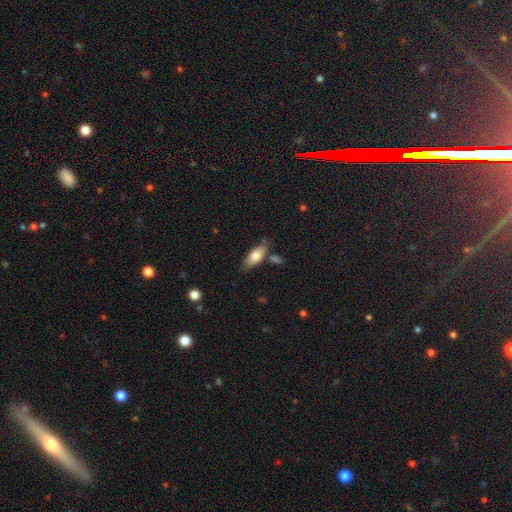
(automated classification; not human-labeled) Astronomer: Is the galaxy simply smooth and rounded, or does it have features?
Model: smooth — 71%.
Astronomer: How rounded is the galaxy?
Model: in between — 72%.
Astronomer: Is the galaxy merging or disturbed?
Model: none — 71%.